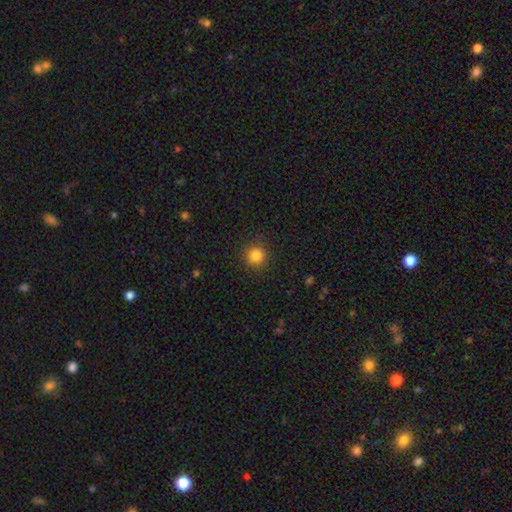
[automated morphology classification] smooth_or_featured: smooth (p=0.84) [alt: star or artifact p=0.12]
how_rounded: round (p=0.94) [alt: in between p=0.05]
merging: none (p=0.91) [alt: minor disturbance p=0.06]